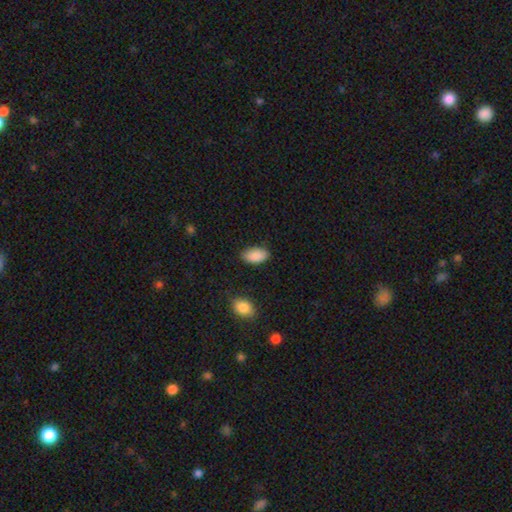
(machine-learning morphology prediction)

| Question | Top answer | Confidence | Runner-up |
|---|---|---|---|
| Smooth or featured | smooth | 90% | star or artifact (7%) |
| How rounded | in between | 94% | round (4%) |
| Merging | none | 83% | minor disturbance (13%) |